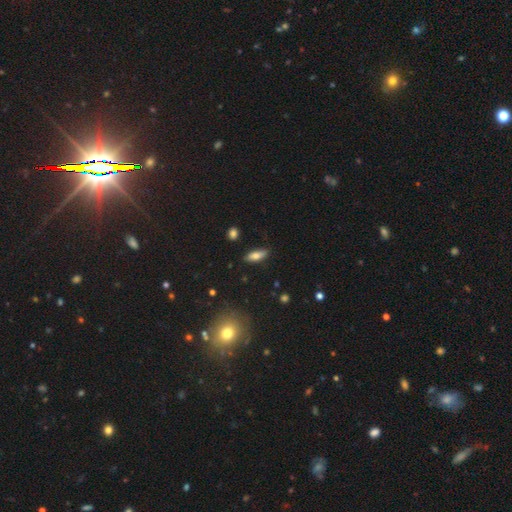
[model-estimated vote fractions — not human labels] Overall: smooth (69%). How rounded: in between (64%; cigar-shaped 33%). Merging: none (82%).